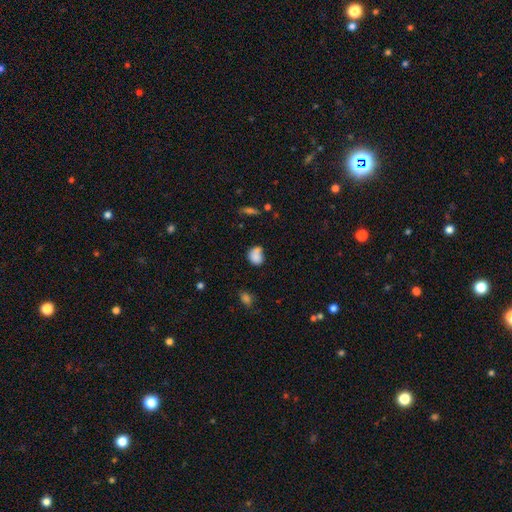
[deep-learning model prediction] Smooth or featured?
  - smooth: 80% *
  - featured or disk: 10%
  - star or artifact: 10%
How rounded?
  - round: 54% *
  - in between: 45%
  - cigar-shaped: 1%
Merging?
  - none: 43% *
  - merger: 27%
  - minor disturbance: 22%
  - major disturbance: 9%